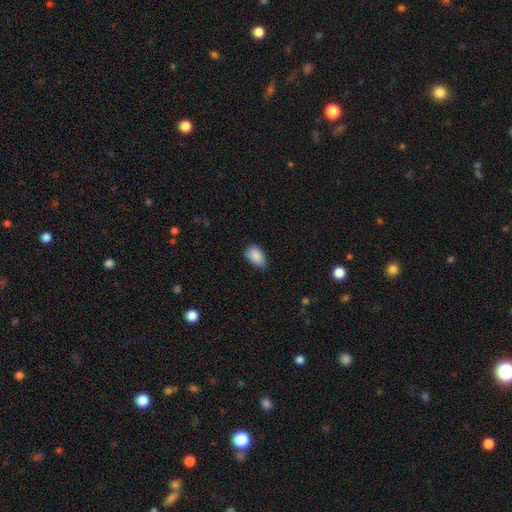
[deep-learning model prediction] This appears to be a smooth galaxy with no disk features (88%) that is in between round and cigar-shaped (91%). Merging: none (64%).